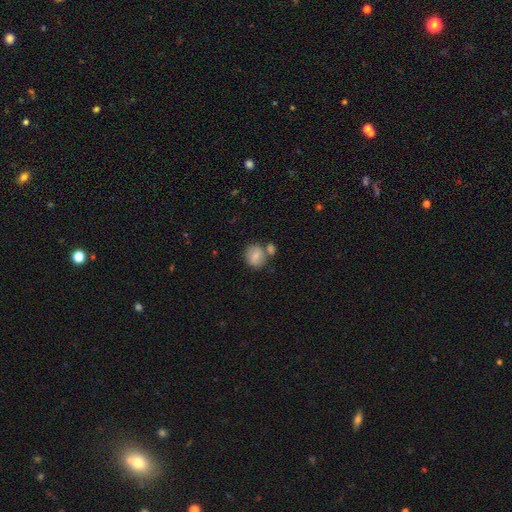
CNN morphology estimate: smooth_or_featured: smooth (p=0.76) [alt: featured or disk p=0.16]
how_rounded: round (p=0.71) [alt: in between p=0.28]
merging: none (p=0.53) [alt: merger p=0.30]